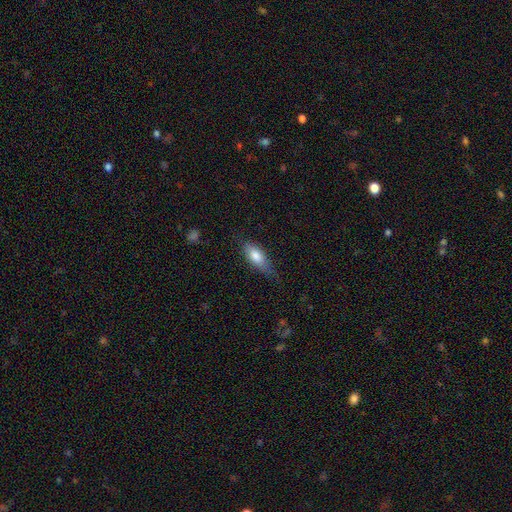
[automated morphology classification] A smooth galaxy with no disk features (76%) that is in between round and cigar-shaped (76%).

Vote fractions:
- Smooth or featured? smooth: 76% / featured or disk: 17% / star or artifact: 6%
- How rounded? in between: 76% / cigar-shaped: 21% / round: 3%
- Merging? none: 61% / minor disturbance: 29% / major disturbance: 8% / merger: 1%